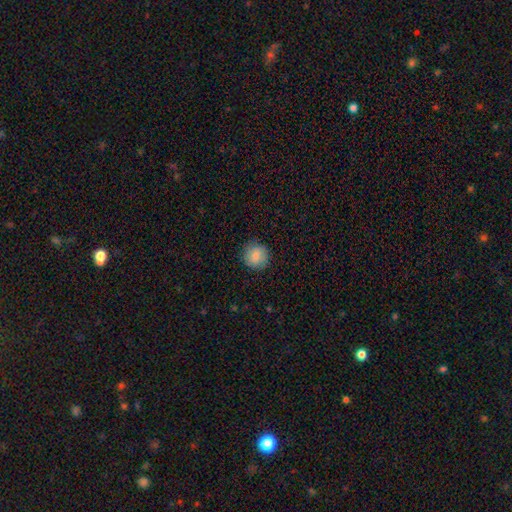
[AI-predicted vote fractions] Morphology: type=smooth (84%); roundness=round (91%); merging=none (86%).